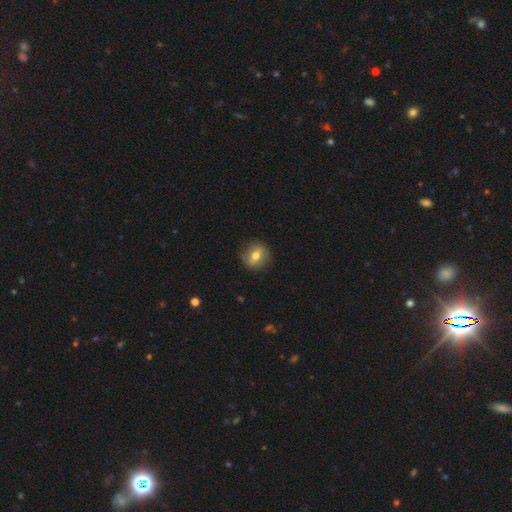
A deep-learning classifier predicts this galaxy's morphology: Q: Smooth or featured?
A: smooth (62%); runner-up: featured or disk (29%)
Q: How rounded?
A: round (80%); runner-up: in between (18%)
Q: Merging?
A: none (86%); runner-up: minor disturbance (10%)